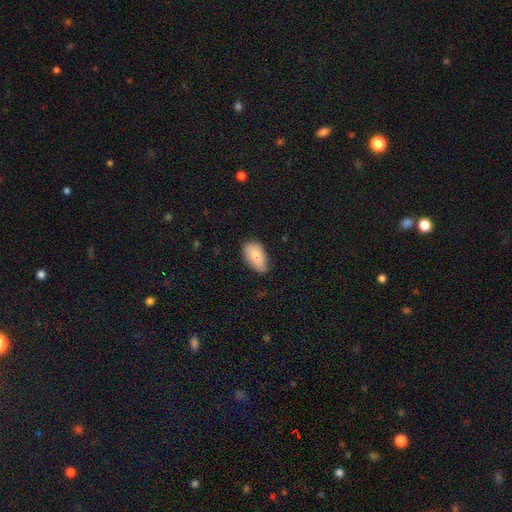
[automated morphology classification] type=smooth (82%); roundness=in between (93%); merging=none (64%).